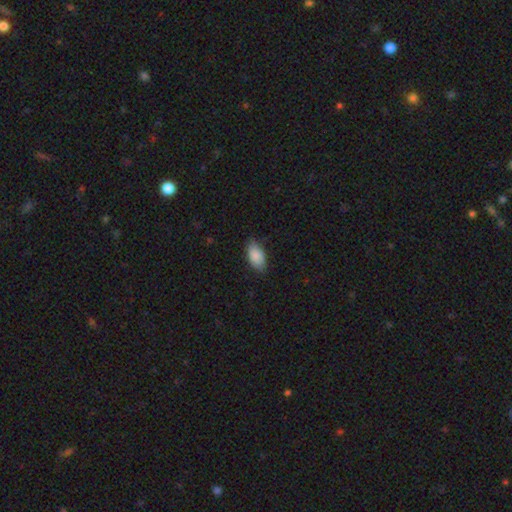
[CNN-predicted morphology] Smooth or featured?
  - smooth: 87% *
  - star or artifact: 7%
  - featured or disk: 6%
How rounded?
  - in between: 93% *
  - round: 4%
  - cigar-shaped: 3%
Merging?
  - none: 75% *
  - minor disturbance: 20%
  - major disturbance: 3%
  - merger: 1%